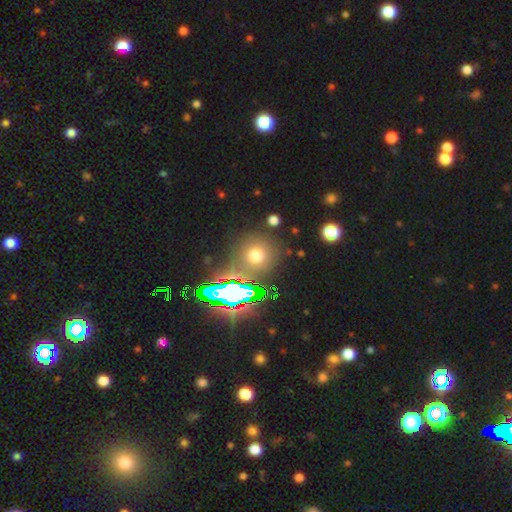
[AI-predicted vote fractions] Q: Smooth or featured?
A: smooth (60%); runner-up: star or artifact (31%)
Q: How rounded?
A: round (90%); runner-up: in between (8%)
Q: Merging?
A: none (82%); runner-up: minor disturbance (9%)